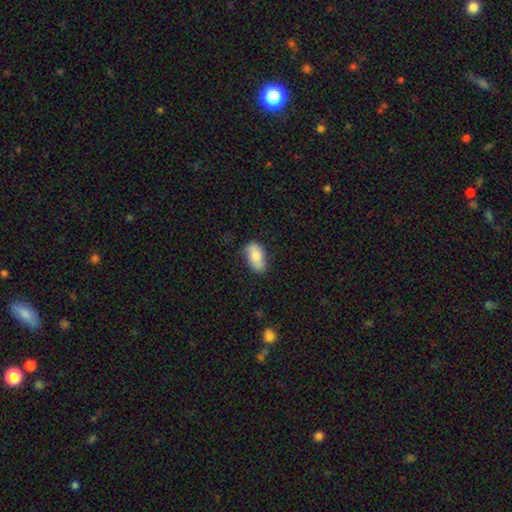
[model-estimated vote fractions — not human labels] Smooth or featured?
  - smooth: 75% *
  - featured or disk: 19%
  - star or artifact: 6%
How rounded?
  - in between: 92% *
  - round: 4%
  - cigar-shaped: 3%
Merging?
  - none: 72% *
  - minor disturbance: 22%
  - major disturbance: 5%
  - merger: 1%